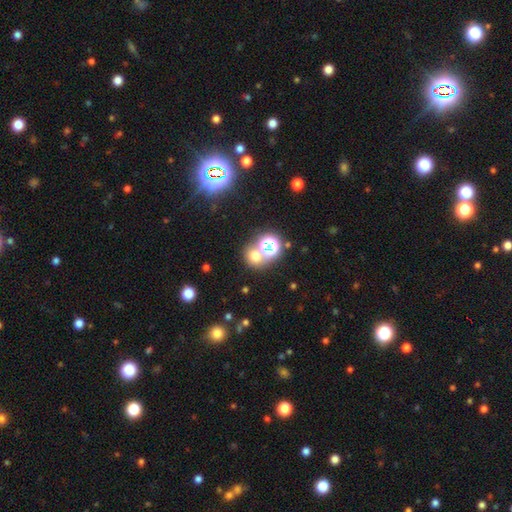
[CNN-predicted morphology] This appears to be a smooth galaxy with no disk features (58%) that is round (77%). Merging: none (54%).